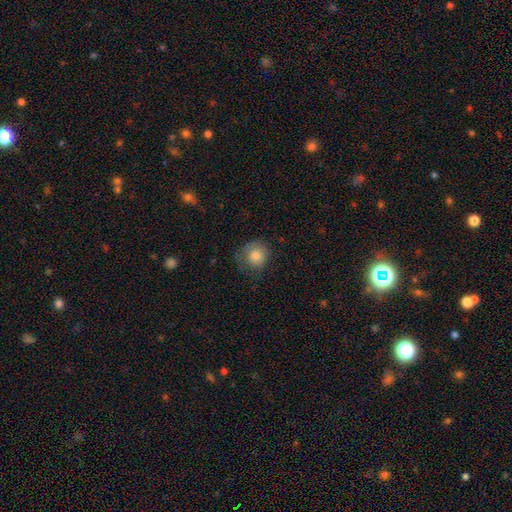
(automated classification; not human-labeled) Smooth or featured? Predicted: smooth (p=0.79). How rounded? Predicted: round (p=0.88). Merging? Predicted: none (p=0.62).